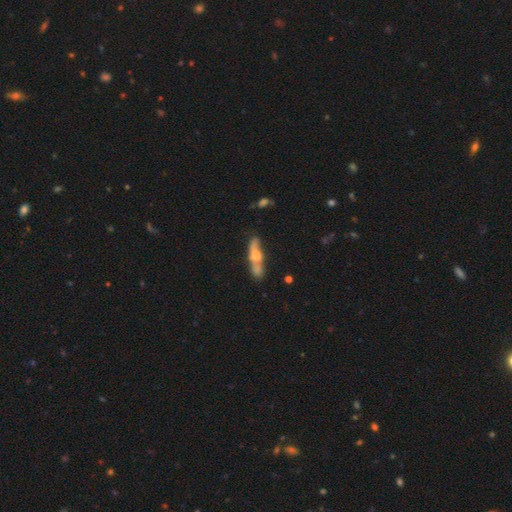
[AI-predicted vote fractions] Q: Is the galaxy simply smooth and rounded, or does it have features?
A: featured or disk — 47%.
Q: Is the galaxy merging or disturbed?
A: none — 39%.